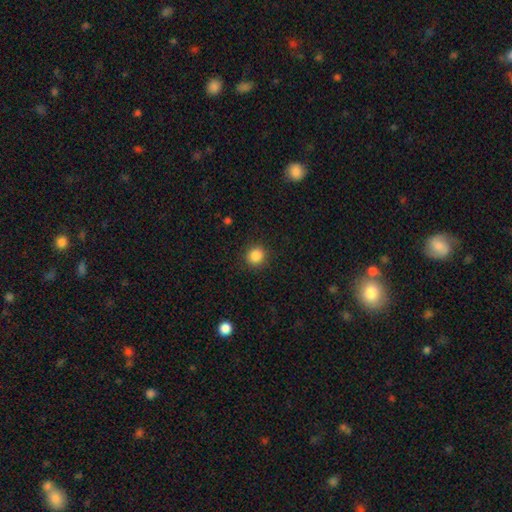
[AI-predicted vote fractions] Overall: smooth (86%). How rounded: round (89%). Merging: none (90%).